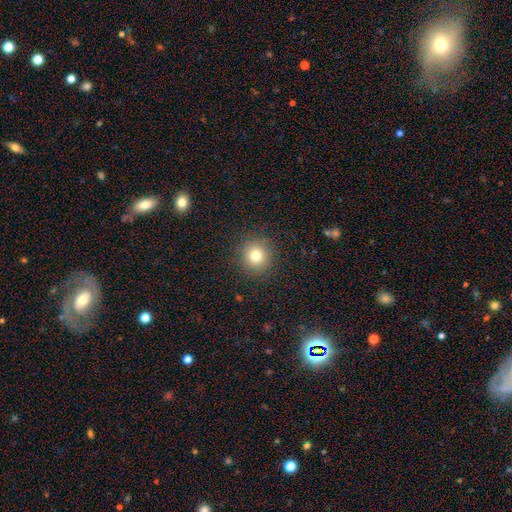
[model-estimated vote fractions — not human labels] A smooth galaxy with no disk features (78%) that is round (91%). Merging: none (90%).